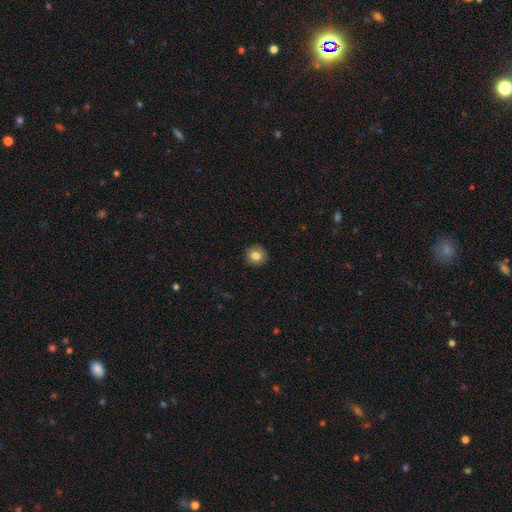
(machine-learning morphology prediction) Smooth or featured? Predicted: smooth (p=0.82). How rounded? Predicted: round (p=0.91). Merging? Predicted: none (p=0.91).